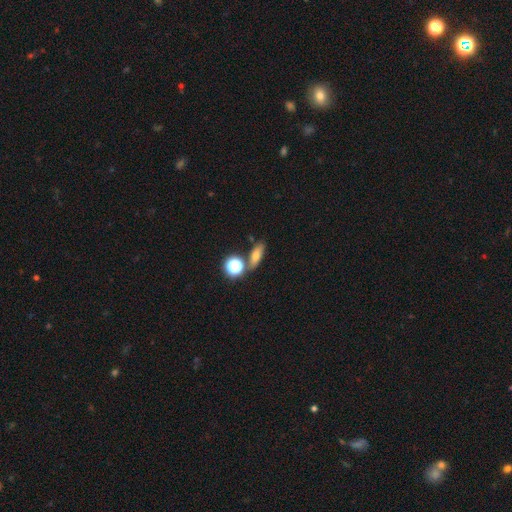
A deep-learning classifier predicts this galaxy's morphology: smooth 64%, featured or disk 18%, star or artifact 18%. Down the decision tree: how rounded — in between (54%); merging — none (71%).